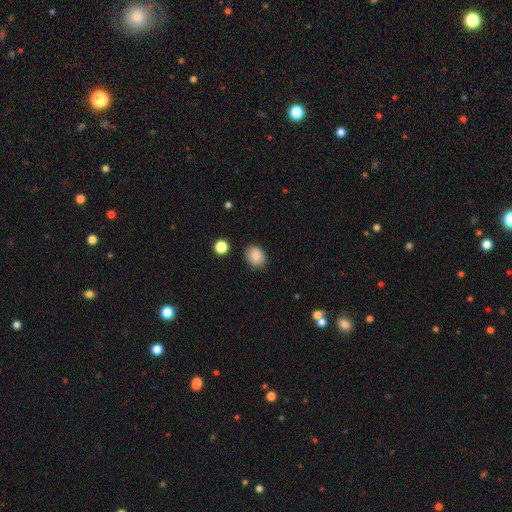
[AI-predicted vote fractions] Q: Smooth or featured?
A: smooth (86%); runner-up: star or artifact (9%)
Q: How rounded?
A: in between (52%); runner-up: round (47%)
Q: Merging?
A: none (84%); runner-up: minor disturbance (11%)